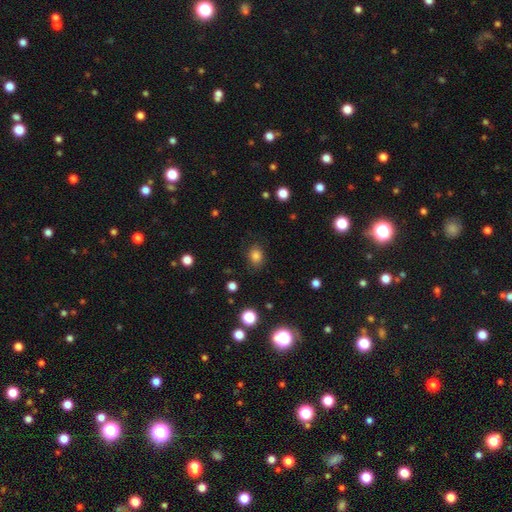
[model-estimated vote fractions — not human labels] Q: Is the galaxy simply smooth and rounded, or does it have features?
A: smooth — 82%.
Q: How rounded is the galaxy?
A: round — 56%.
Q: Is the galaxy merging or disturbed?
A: none — 84%.